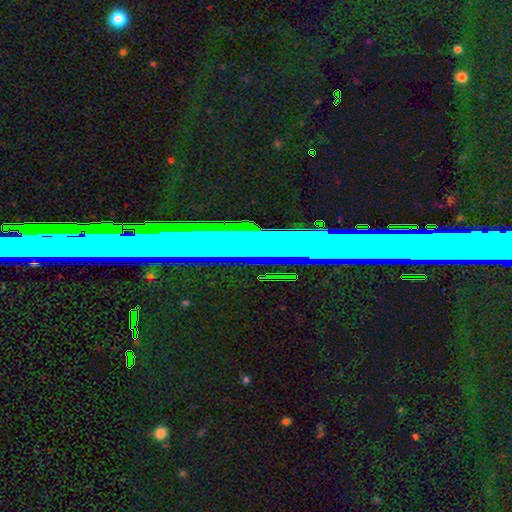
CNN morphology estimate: Overall: star or artifact (68%).